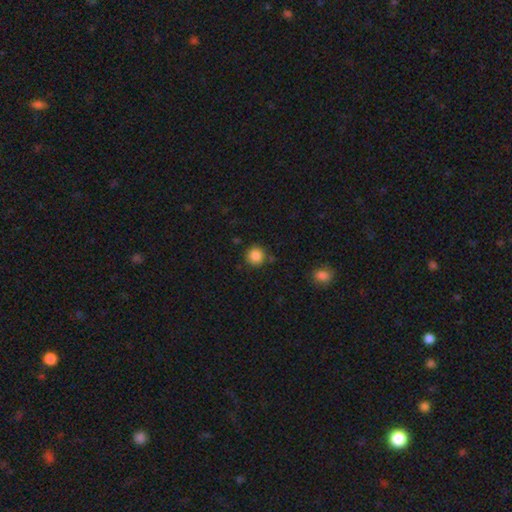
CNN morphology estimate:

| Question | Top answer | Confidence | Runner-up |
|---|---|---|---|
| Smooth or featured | smooth | 86% | star or artifact (10%) |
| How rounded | round | 93% | in between (6%) |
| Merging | none | 85% | minor disturbance (9%) |